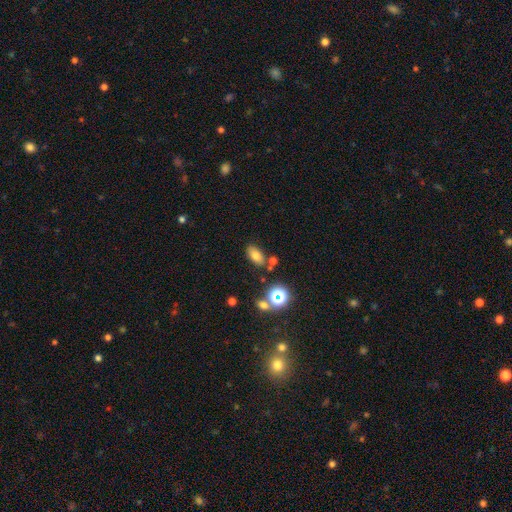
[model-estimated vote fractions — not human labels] Q: Smooth or featured?
A: smooth (70%); runner-up: star or artifact (17%)
Q: How rounded?
A: in between (87%); runner-up: round (9%)
Q: Merging?
A: none (77%); runner-up: minor disturbance (11%)